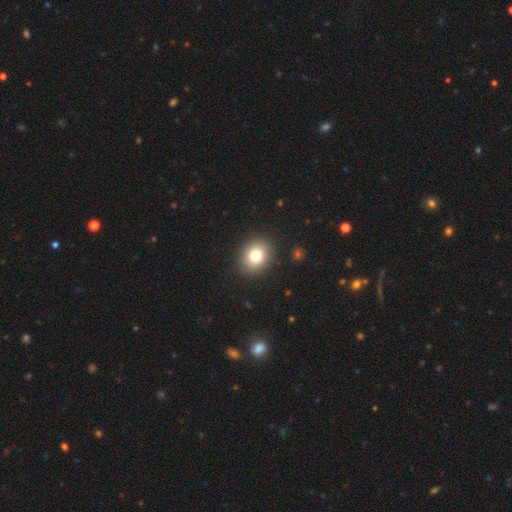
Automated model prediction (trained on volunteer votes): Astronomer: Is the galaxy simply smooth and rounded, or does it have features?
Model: smooth — 78%.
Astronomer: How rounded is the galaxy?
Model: round — 59% (runner-up: in between, 40%).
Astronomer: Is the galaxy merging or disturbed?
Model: none — 90%.